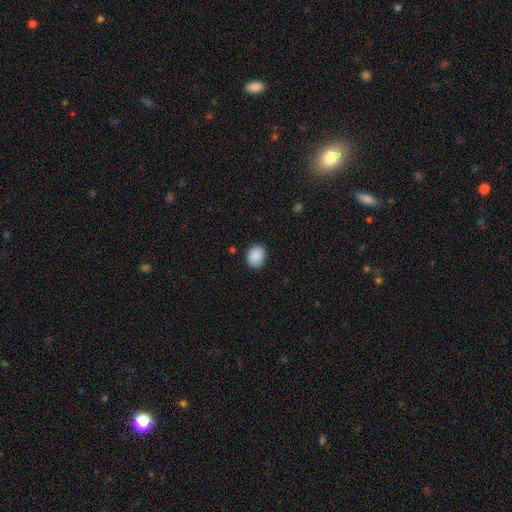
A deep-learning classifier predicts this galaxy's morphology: Smooth or featured? Predicted: smooth (p=0.89). How rounded? Predicted: in between (p=0.56). Merging? Predicted: none (p=0.85).